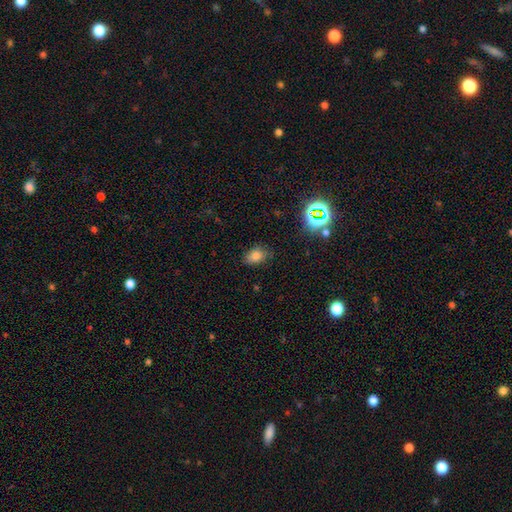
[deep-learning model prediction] smooth_or_featured: smooth (p=0.78) [alt: star or artifact p=0.14]
how_rounded: in between (p=0.74) [alt: round p=0.24]
merging: none (p=0.79) [alt: minor disturbance p=0.16]